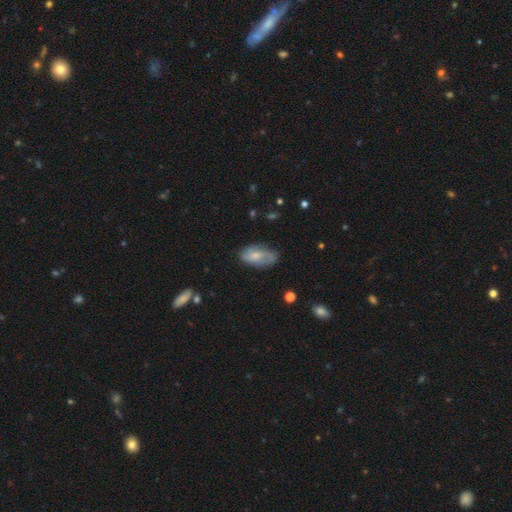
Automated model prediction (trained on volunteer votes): Q: Smooth or featured?
A: smooth (50%); runner-up: featured or disk (43%)
Q: Merging?
A: none (63%); runner-up: minor disturbance (27%)